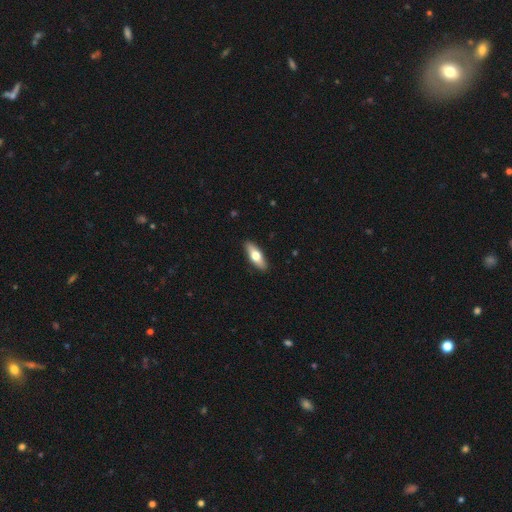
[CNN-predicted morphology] smooth 62%, featured or disk 33%, star or artifact 5%. Down the decision tree: how rounded — in between (63%); merging — none (90%).